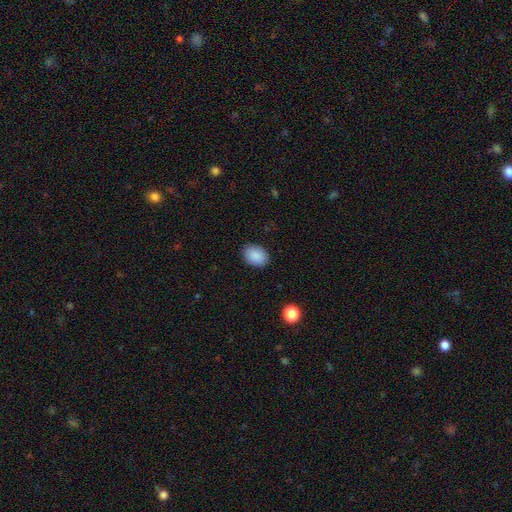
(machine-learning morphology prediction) smooth_or_featured: smooth (p=0.89) [alt: star or artifact p=0.08]
how_rounded: in between (p=0.74) [alt: round p=0.25]
merging: none (p=0.88) [alt: minor disturbance p=0.09]